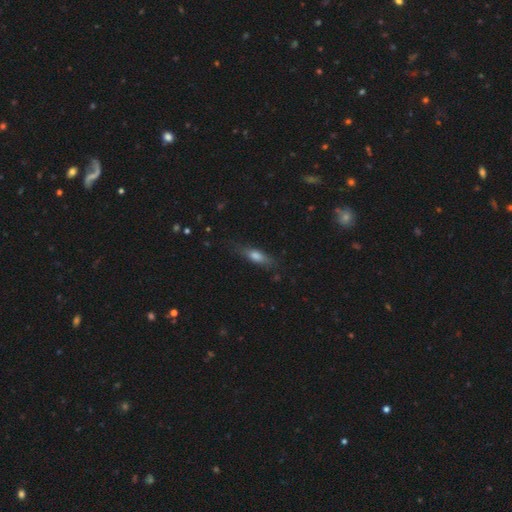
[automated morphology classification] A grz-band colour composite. It shows a smooth galaxy with no disk features (62%) that is cigar-shaped (56%). Merging: none (75%).